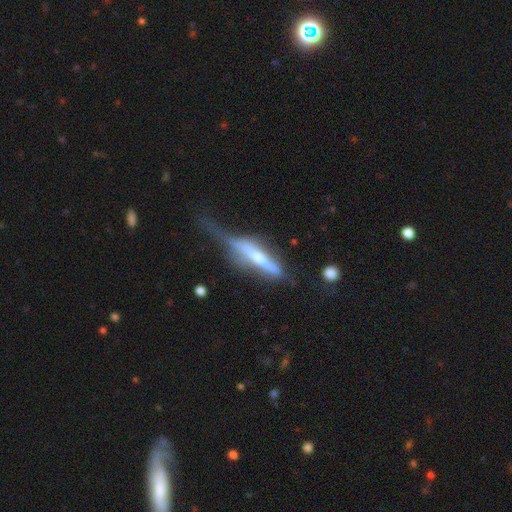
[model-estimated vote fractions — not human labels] A featured or disk galaxy (57%) viewed edge-on (80%).

Vote fractions:
- Smooth or featured? featured or disk: 57% / smooth: 37% / star or artifact: 7%
- Edge-on disk? yes: 80% / no: 20%
- Merging? major disturbance: 42% / minor disturbance: 29% / none: 24% / merger: 5%